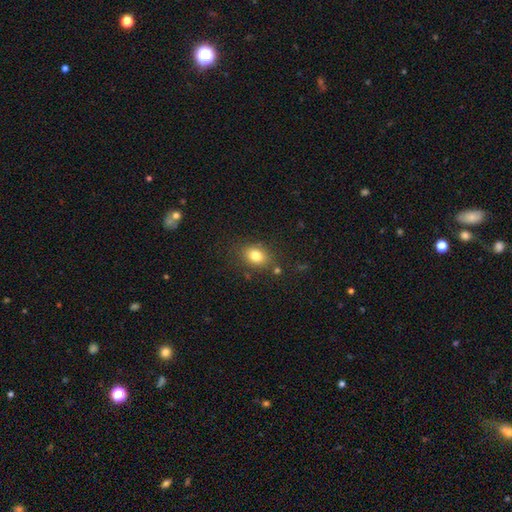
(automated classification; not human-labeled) This is likely a smooth galaxy (80%). How rounded: likely in between (66%). Merging: likely none (79%).